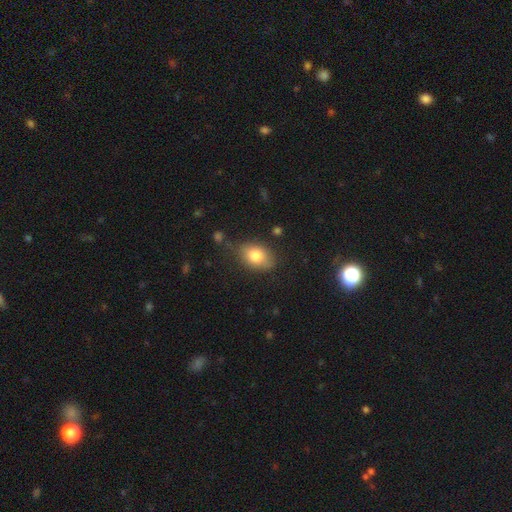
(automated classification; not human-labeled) The model was most divided on "merging": none: 72%, minor disturbance: 20%, major disturbance: 5%, merger: 3%. More confident: smooth or featured — smooth (79%); how rounded — in between (76%).